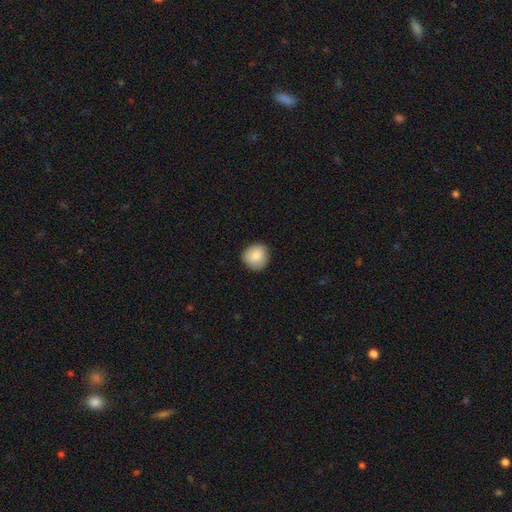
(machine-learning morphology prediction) smooth_or_featured: smooth (p=0.86) [alt: star or artifact p=0.08]
how_rounded: round (p=0.91) [alt: in between p=0.08]
merging: none (p=0.87) [alt: minor disturbance p=0.10]